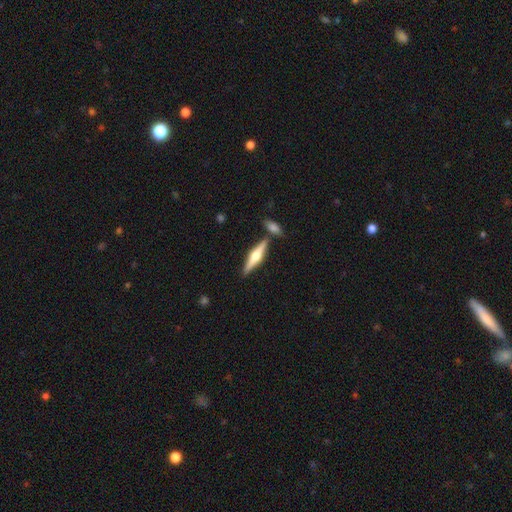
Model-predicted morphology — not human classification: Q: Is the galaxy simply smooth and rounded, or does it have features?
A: featured or disk — 66%.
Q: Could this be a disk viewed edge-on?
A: yes — 97%.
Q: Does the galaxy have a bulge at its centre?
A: rounded — 91%.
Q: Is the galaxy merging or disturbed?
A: none — 79%.